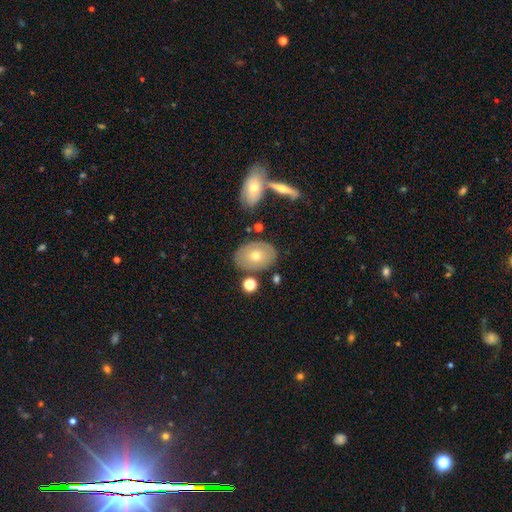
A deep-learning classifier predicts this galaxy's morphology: The model was most divided on "smooth or featured": smooth: 64%, featured or disk: 29%, star or artifact: 8%. More confident: how rounded — in between (78%); merging — none (78%).